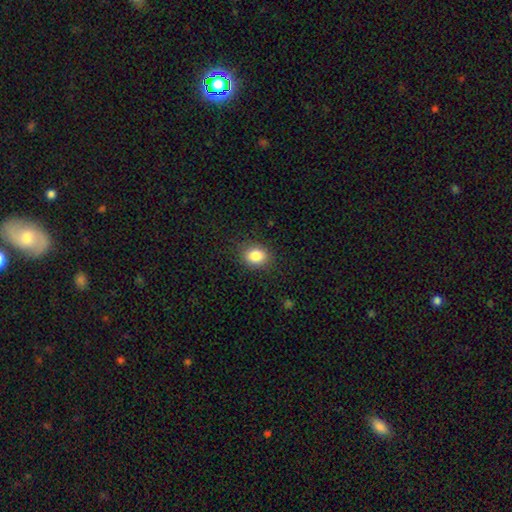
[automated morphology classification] smooth-or-featured: smooth: 85% | star or artifact: 10% | featured or disk: 5%
  how-rounded: in between: 52% | round: 47% | cigar-shaped: 1%
  merging: none: 85% | minor disturbance: 11% | major disturbance: 3% | merger: 1%